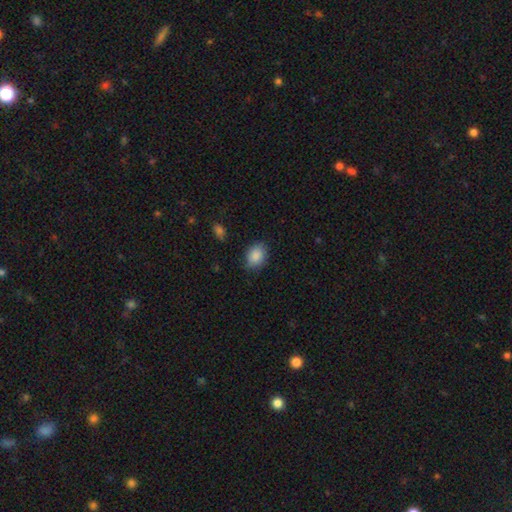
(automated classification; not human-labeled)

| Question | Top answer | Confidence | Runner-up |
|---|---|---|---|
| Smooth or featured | smooth | 88% | star or artifact (7%) |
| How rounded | in between | 70% | round (29%) |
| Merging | none | 78% | minor disturbance (17%) |